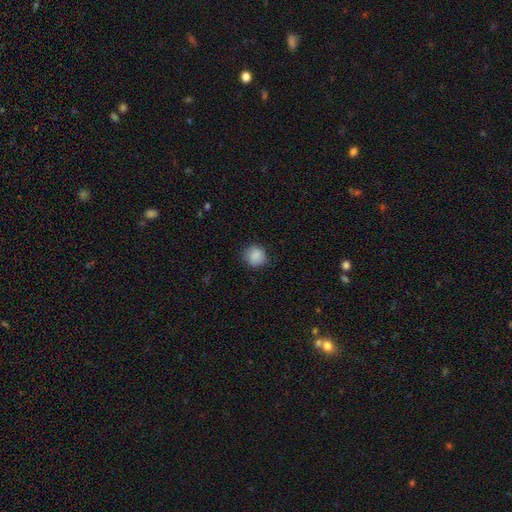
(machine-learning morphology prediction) A smooth galaxy with no disk features (87%) that is round (87%).

Vote fractions:
- Smooth or featured? smooth: 87% / star or artifact: 9% / featured or disk: 4%
- How rounded? round: 87% / in between: 12% / cigar-shaped: 1%
- Merging? none: 82% / minor disturbance: 14% / major disturbance: 3% / merger: 1%